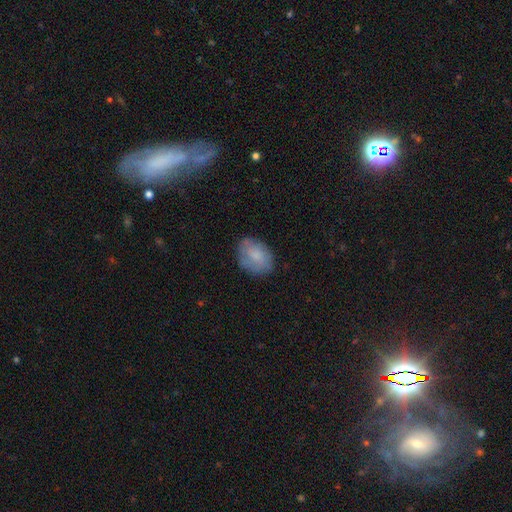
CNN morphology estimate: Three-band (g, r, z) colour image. It shows a smooth galaxy with no disk features (74%) that is in between round and cigar-shaped (70%). Merging: none (72%).